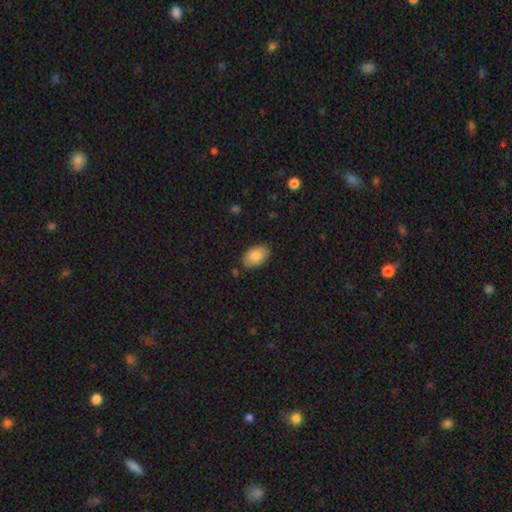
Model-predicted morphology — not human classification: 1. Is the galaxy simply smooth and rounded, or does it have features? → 87% smooth, 6% featured or disk, 6% star or artifact.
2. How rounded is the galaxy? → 93% in between, 6% round, 1% cigar-shaped.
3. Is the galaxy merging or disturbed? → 84% none, 12% minor disturbance, 3% major disturbance, 2% merger.